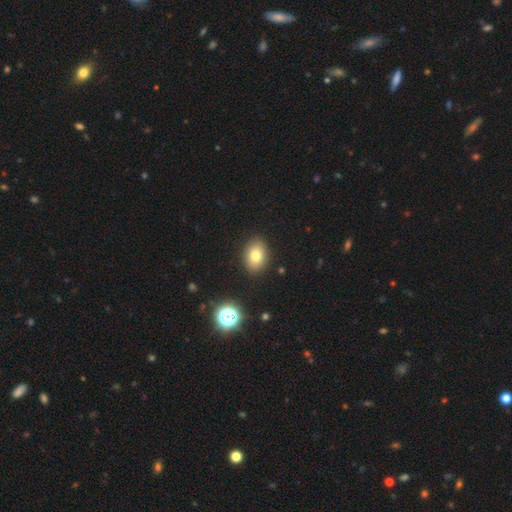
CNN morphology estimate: smooth 79%, star or artifact 11%, featured or disk 10%. Down the decision tree: how rounded — in between (72%); merging — none (88%).